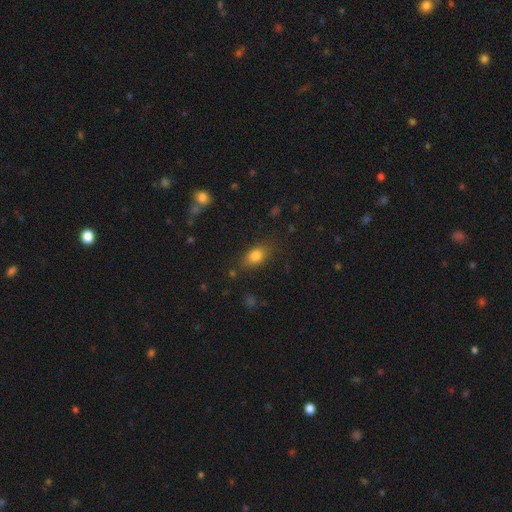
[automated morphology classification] smooth_or_featured: smooth (p=0.80) [alt: star or artifact p=0.10]
how_rounded: in between (p=0.79) [alt: round p=0.16]
merging: none (p=0.76) [alt: minor disturbance p=0.17]